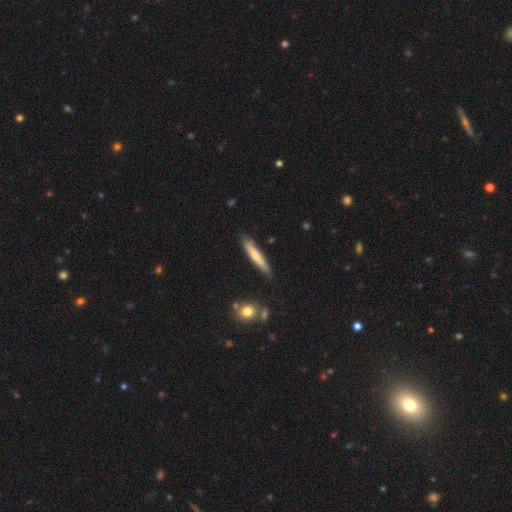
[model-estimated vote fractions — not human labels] smooth_or_featured: smooth (p=0.61) [alt: featured or disk p=0.33]
how_rounded: cigar-shaped (p=0.92) [alt: in between p=0.07]
merging: none (p=0.82) [alt: minor disturbance p=0.13]